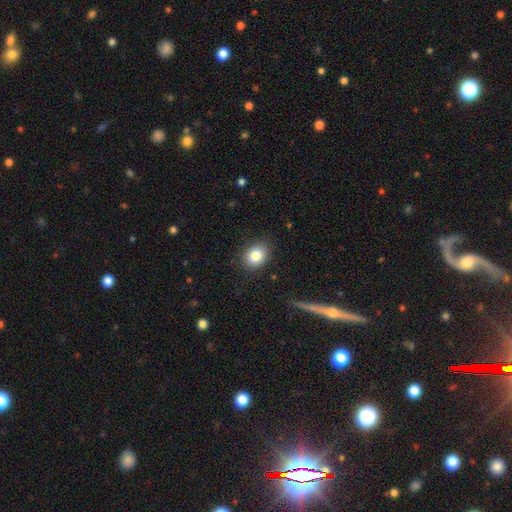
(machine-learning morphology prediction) Smooth or featured: smooth — 82% (star or artifact — 10%)
How rounded: round — 55% (in between — 44%)
Merging: none — 86% (minor disturbance — 10%)